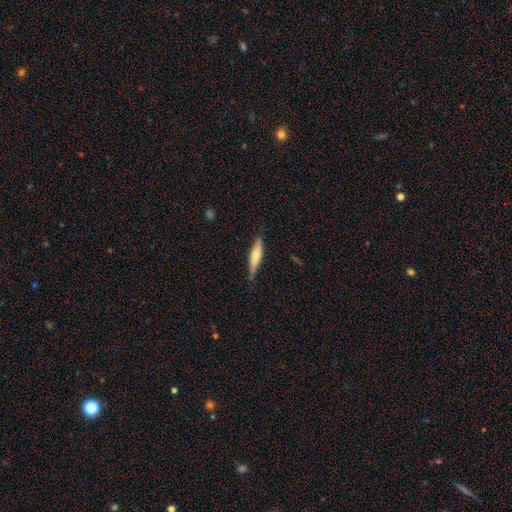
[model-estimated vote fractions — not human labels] smooth 54%, featured or disk 40%, star or artifact 6%. Down the decision tree: how rounded — cigar-shaped (79%); merging — none (77%).